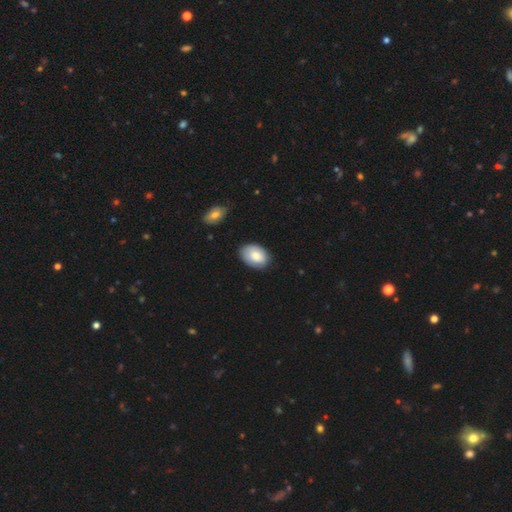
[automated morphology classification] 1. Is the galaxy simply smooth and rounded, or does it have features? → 79% smooth, 15% featured or disk, 6% star or artifact.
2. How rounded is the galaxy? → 86% in between, 13% round, 1% cigar-shaped.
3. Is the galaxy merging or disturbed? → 77% none, 18% minor disturbance, 3% major disturbance, 2% merger.